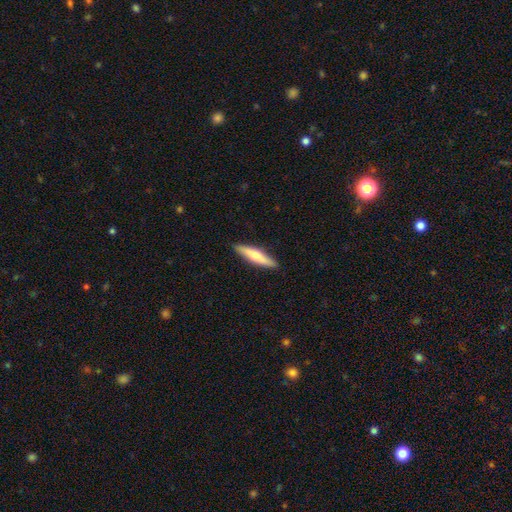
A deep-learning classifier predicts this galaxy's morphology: This appears to be a smooth galaxy with no disk features (59%) that is cigar-shaped (84%). Merging: none (89%).